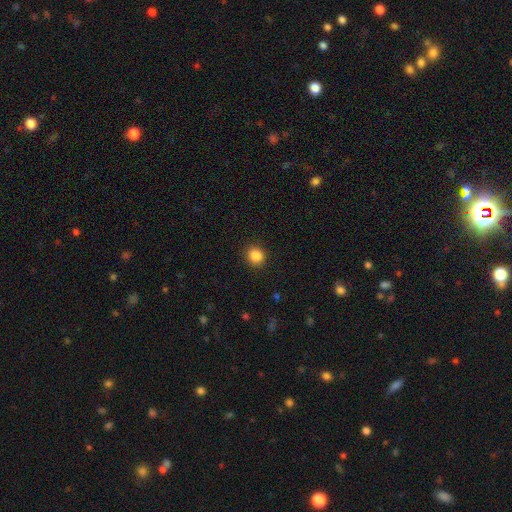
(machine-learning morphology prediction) Q: Smooth or featured?
A: smooth (87%); runner-up: star or artifact (10%)
Q: How rounded?
A: round (80%); runner-up: in between (19%)
Q: Merging?
A: none (90%); runner-up: minor disturbance (7%)